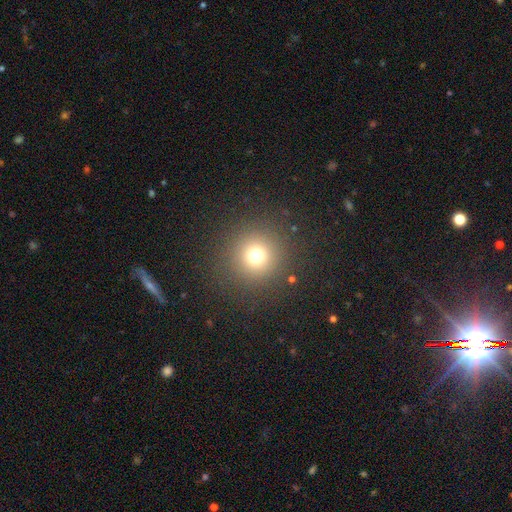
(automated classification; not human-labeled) This is likely a smooth galaxy (72%). How rounded: clearly round (95%). Merging: clearly none (88%).